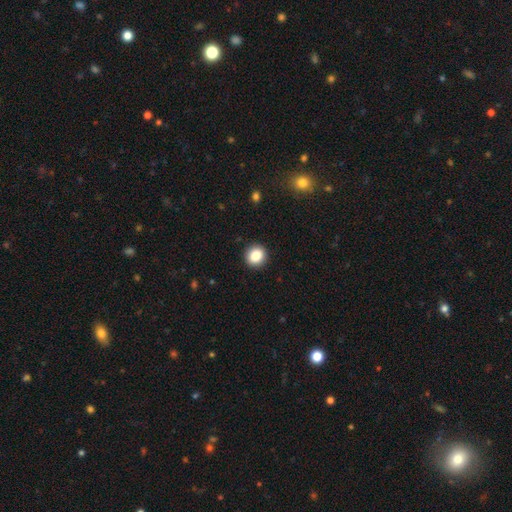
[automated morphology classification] type=smooth (85%); roundness=round (85%); merging=none (92%).